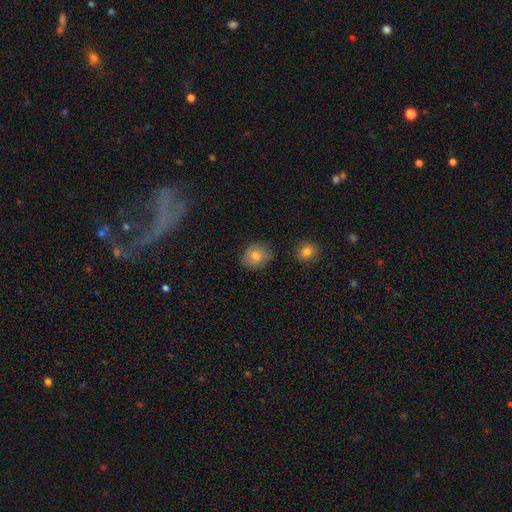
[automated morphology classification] This is likely a smooth galaxy (77%). How rounded: likely round (65%). Merging: clearly none (81%).